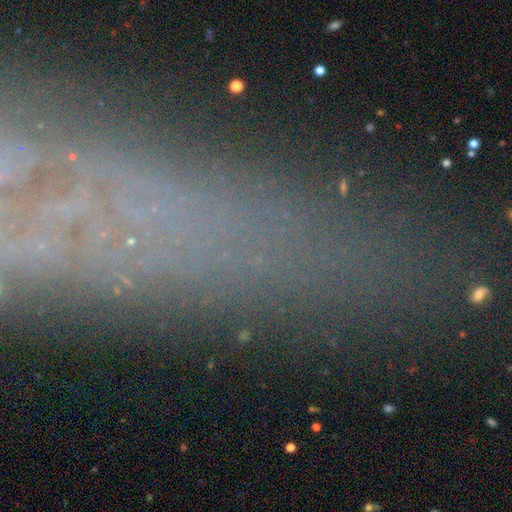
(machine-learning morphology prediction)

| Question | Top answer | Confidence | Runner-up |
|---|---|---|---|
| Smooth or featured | star or artifact | 44% | featured or disk (34%) |